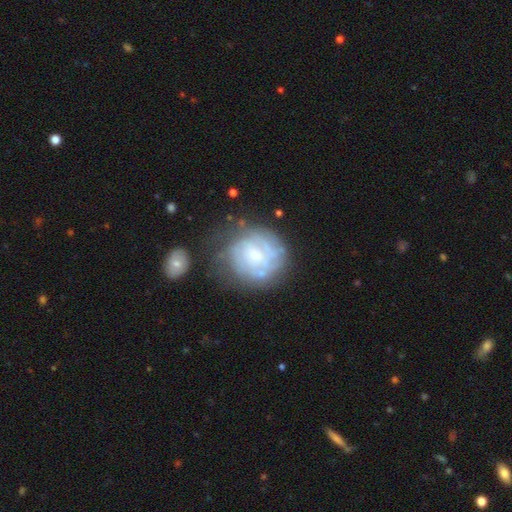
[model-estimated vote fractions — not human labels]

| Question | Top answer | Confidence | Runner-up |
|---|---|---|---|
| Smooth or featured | featured or disk | 68% | smooth (24%) |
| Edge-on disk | no | 98% | yes (2%) |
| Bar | no | 65% | weak (30%) |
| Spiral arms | yes | 76% | no (24%) |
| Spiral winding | tight | 71% | medium (21%) |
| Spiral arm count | can't tell | 59% | 2 (14%) |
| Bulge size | small | 62% | moderate (31%) |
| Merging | none | 59% | minor disturbance (22%) |